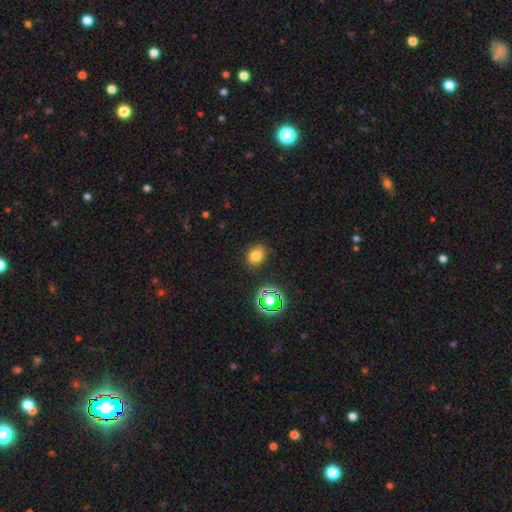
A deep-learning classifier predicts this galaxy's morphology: This is likely a smooth galaxy (76%). How rounded: possibly round (54%). Merging: clearly none (85%).